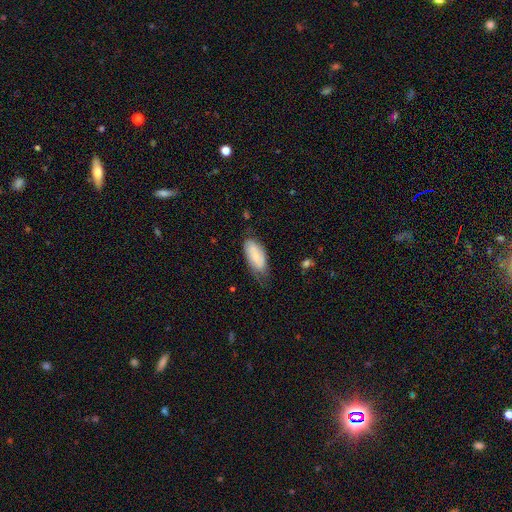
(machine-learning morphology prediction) Smooth or featured? Predicted: smooth (p=0.63). How rounded? Predicted: in between (p=0.89). Merging? Predicted: none (p=0.53).